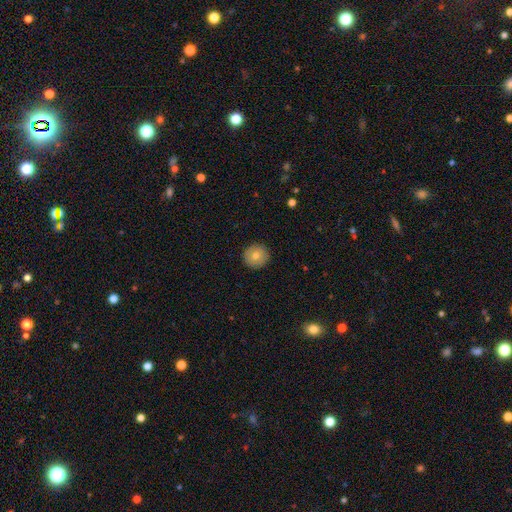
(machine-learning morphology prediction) smooth 77%, featured or disk 15%, star or artifact 8%. Down the decision tree: how rounded — round (95%); merging — none (92%).